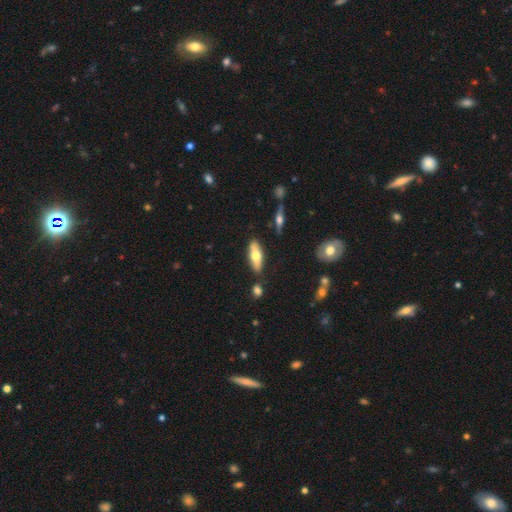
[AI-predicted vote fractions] Smooth or featured: smooth — 56% (featured or disk — 39%)
How rounded: in between — 62% (cigar-shaped — 36%)
Merging: none — 78% (minor disturbance — 13%)